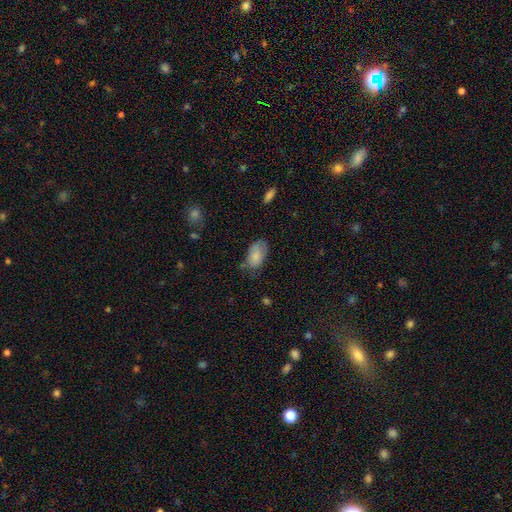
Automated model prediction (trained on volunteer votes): Morphology: type=smooth (79%); roundness=in between (94%); merging=none (53%).